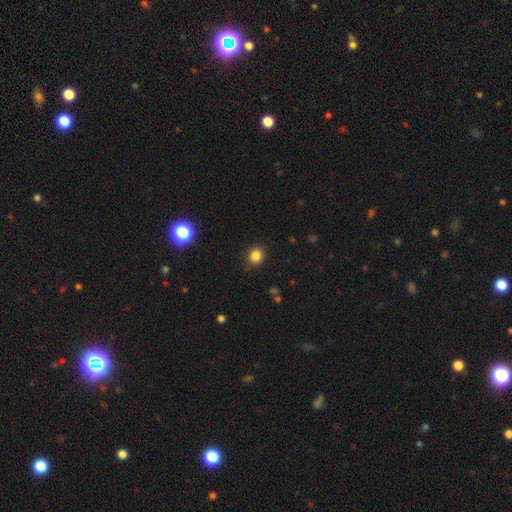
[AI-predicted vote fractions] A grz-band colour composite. It shows a smooth galaxy with no disk features (84%) that is round (77%). Merging: none (89%).